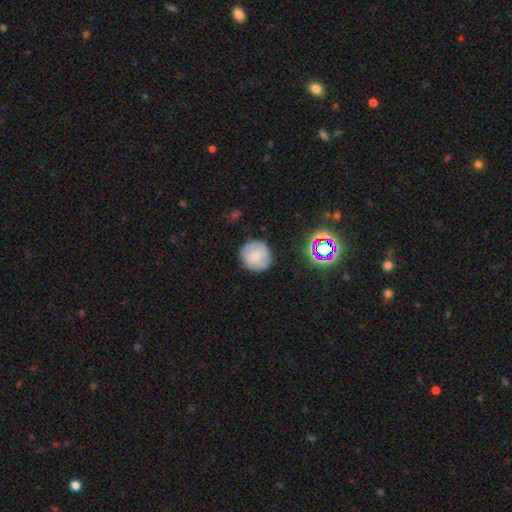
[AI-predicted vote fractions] This appears to be a smooth galaxy with no disk features (70%) that is round (94%). Merging: none (83%).